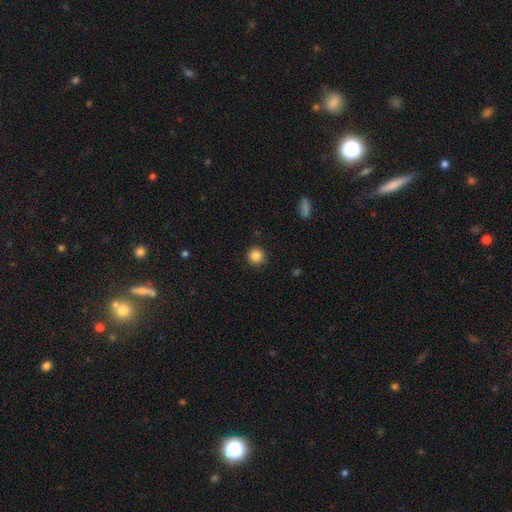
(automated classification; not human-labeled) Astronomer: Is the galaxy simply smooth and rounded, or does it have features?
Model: smooth — 86%.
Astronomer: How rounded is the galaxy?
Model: round — 94%.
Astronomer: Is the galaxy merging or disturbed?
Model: none — 87%.